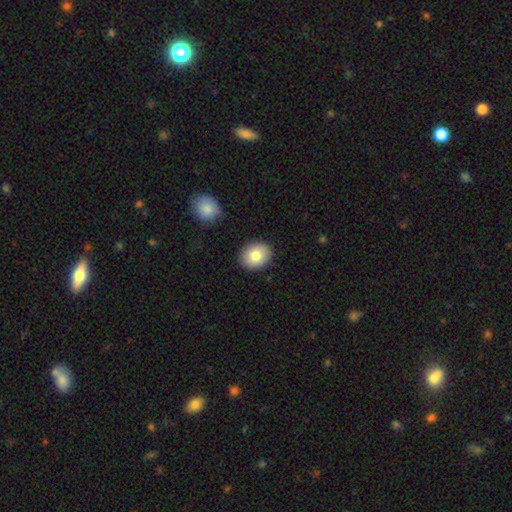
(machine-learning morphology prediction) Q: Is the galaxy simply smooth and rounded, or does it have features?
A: smooth — 82%.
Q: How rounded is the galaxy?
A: round — 51%.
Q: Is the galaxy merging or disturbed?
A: none — 89%.